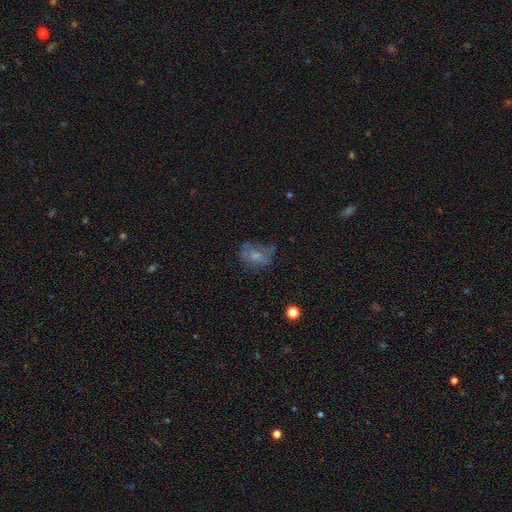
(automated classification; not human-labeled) A smooth galaxy with no disk features (53%) that is in between round and cigar-shaped (75%). Merging: none (46%).